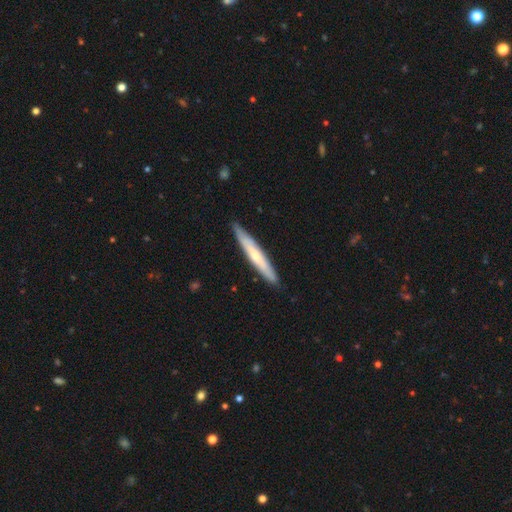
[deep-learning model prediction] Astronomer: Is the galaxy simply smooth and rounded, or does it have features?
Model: smooth — 48% (runner-up: featured or disk, 47%).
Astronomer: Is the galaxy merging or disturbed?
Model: none — 89%.